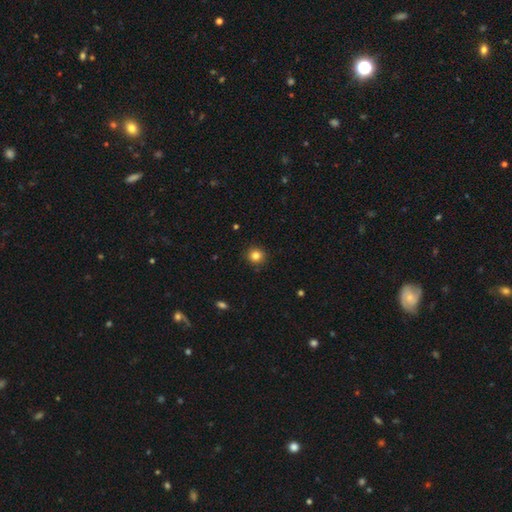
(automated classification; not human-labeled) A smooth galaxy with no disk features (83%) that is round (93%). Merging: none (91%).